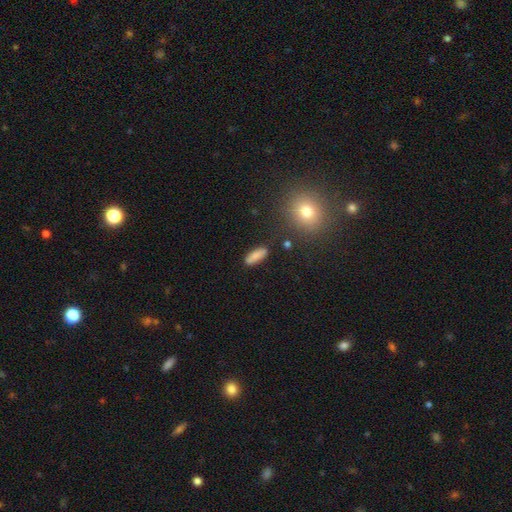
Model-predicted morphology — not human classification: A smooth galaxy with no disk features (80%) that is in between round and cigar-shaped (57%).

Vote fractions:
- Smooth or featured? smooth: 80% / featured or disk: 12% / star or artifact: 8%
- How rounded? in between: 57% / cigar-shaped: 40% / round: 3%
- Merging? none: 82% / minor disturbance: 11% / merger: 3% / major disturbance: 3%